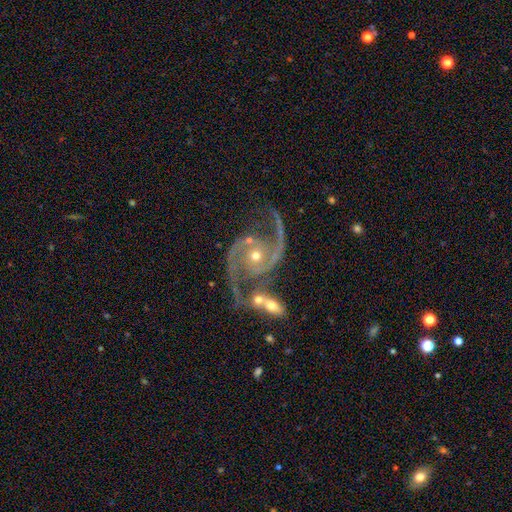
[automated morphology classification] Overall: featured or disk (93%). Edge-on disk: no (98%). Bar: no (72%). Spiral arms: yes (98%). Spiral arm count: 2 (94%). Spiral winding: medium (59%; loose 26%). Bulge size: small (50%; moderate 46%). Merging: none (51%; merger 24%).